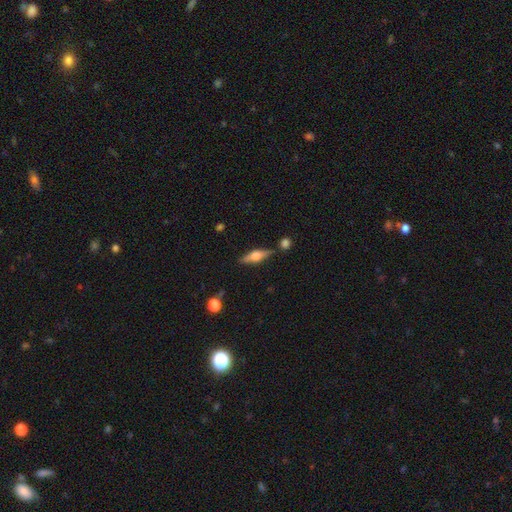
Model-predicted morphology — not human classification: Overall: featured or disk (58%; smooth 35%). Edge-on disk: yes (94%). Edge-on bulge: rounded (89%). Merging: none (80%).